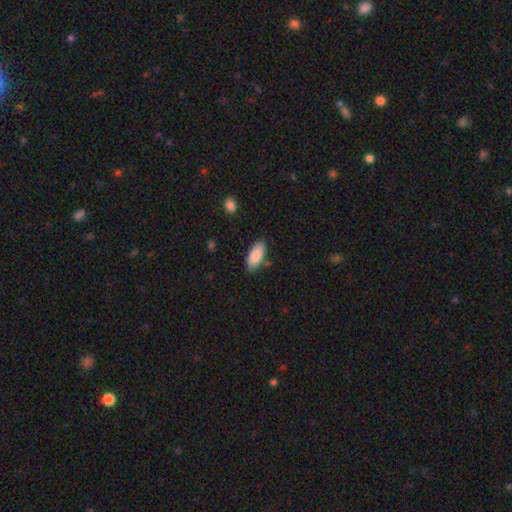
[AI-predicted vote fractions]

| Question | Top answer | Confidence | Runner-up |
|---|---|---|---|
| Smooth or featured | smooth | 88% | star or artifact (6%) |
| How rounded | in between | 89% | cigar-shaped (9%) |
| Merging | none | 79% | minor disturbance (15%) |